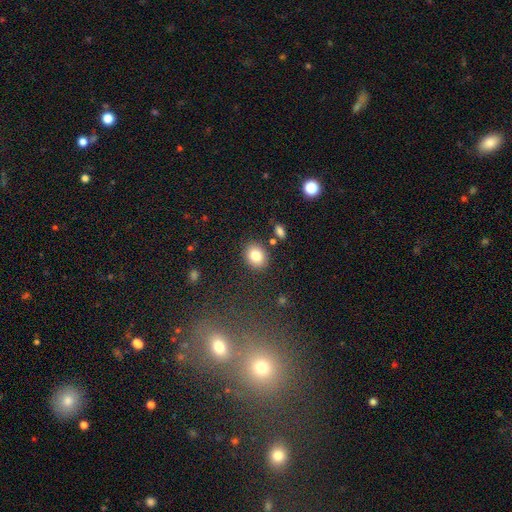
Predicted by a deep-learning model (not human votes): Smooth or featured?
  - smooth: 81% *
  - star or artifact: 9%
  - featured or disk: 9%
How rounded?
  - round: 57% *
  - in between: 42%
  - cigar-shaped: 1%
Merging?
  - none: 85% *
  - minor disturbance: 8%
  - merger: 4%
  - major disturbance: 3%